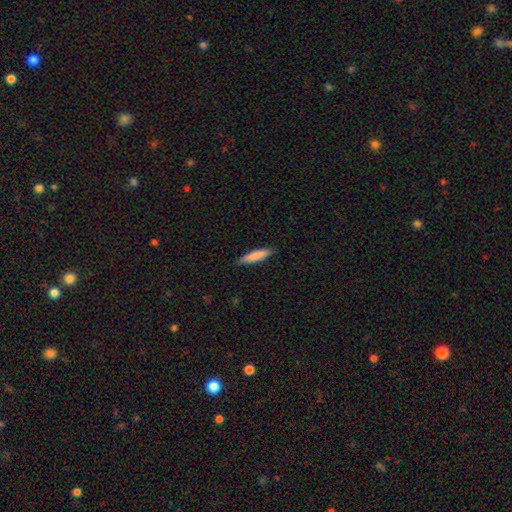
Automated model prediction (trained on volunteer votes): This appears to be a smooth galaxy with no disk features (83%) that is cigar-shaped (84%). Merging: none (89%).